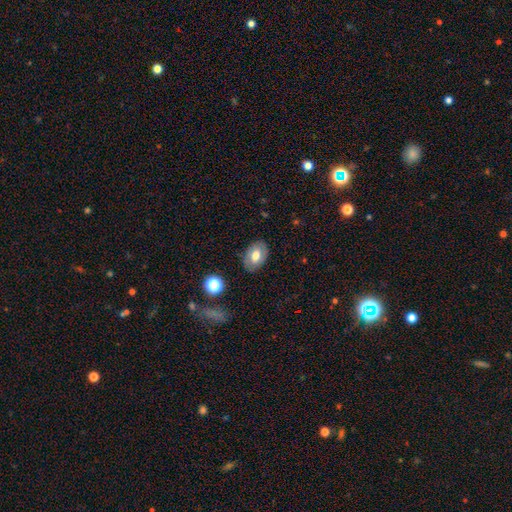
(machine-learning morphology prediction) This is likely a smooth galaxy (63%). How rounded: clearly in between (84%). Merging: clearly none (82%).